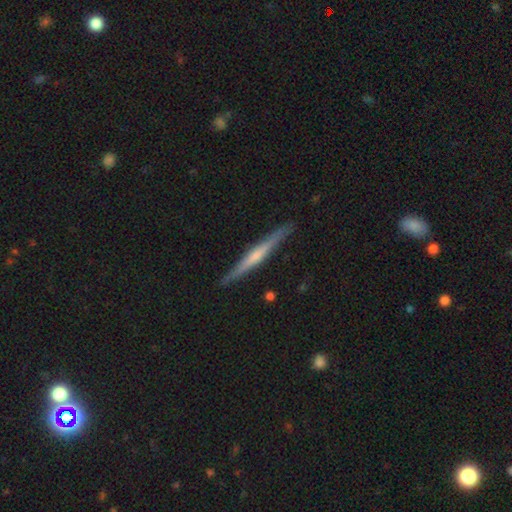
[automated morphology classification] type=featured or disk (62%); edge-on=yes (98%); edge-on bulge=none (44%); merging=none (90%).